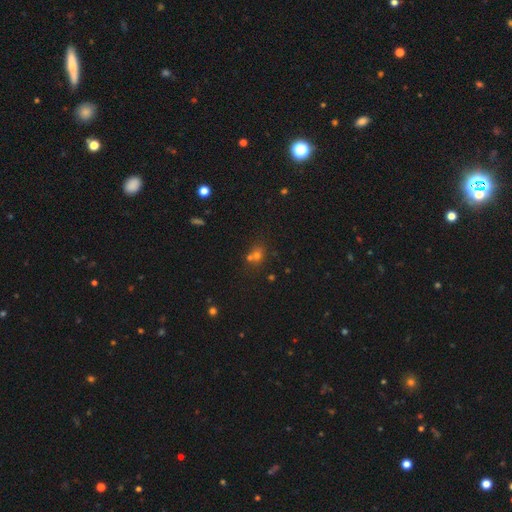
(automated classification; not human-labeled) A smooth galaxy with no disk features (62%) that is round (71%). Merging: none (46%).